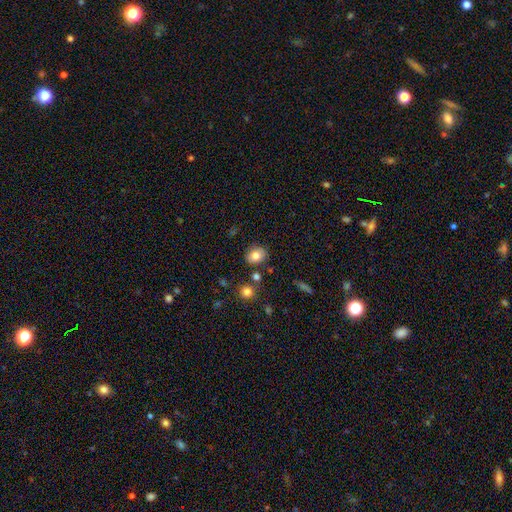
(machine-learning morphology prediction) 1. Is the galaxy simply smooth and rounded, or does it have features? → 80% smooth, 10% featured or disk, 10% star or artifact.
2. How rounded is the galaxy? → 51% in between, 48% round, 1% cigar-shaped.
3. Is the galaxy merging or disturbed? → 81% none, 11% minor disturbance, 5% merger, 3% major disturbance.